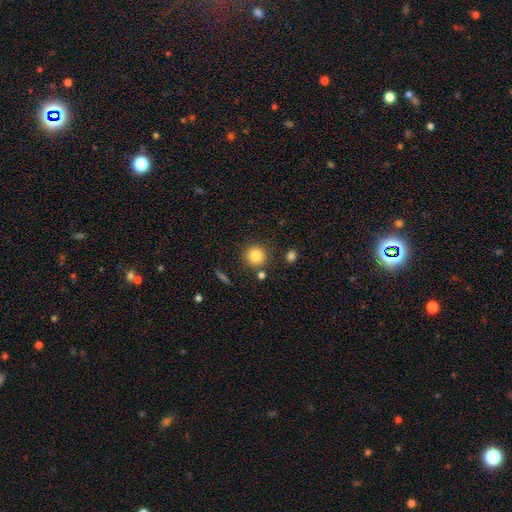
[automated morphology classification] A smooth galaxy with no disk features (84%) that is round (92%). Merging: none (83%).